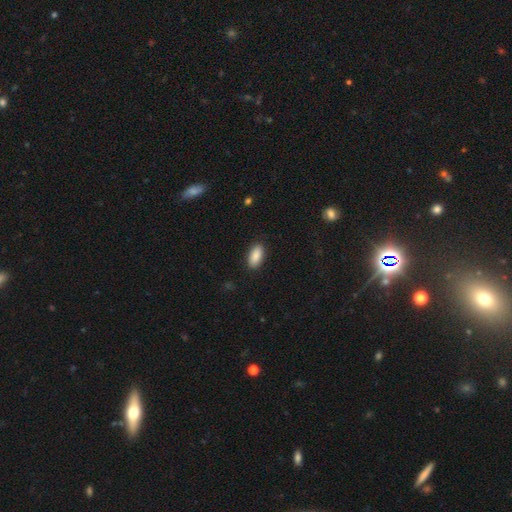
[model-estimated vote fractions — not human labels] smooth-or-featured: smooth: 90% | star or artifact: 6% | featured or disk: 4%
  how-rounded: in between: 91% | cigar-shaped: 6% | round: 2%
  merging: none: 89% | minor disturbance: 8% | major disturbance: 2% | merger: 1%